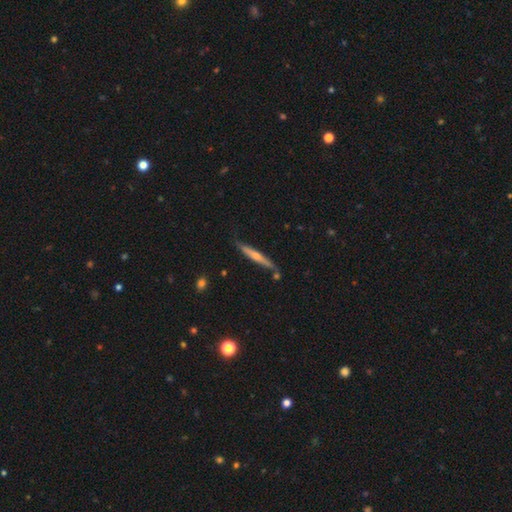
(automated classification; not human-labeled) featured or disk 52%, smooth 43%, star or artifact 6%. Down the decision tree: edge-on disk — yes (95%); merging — none (73%).